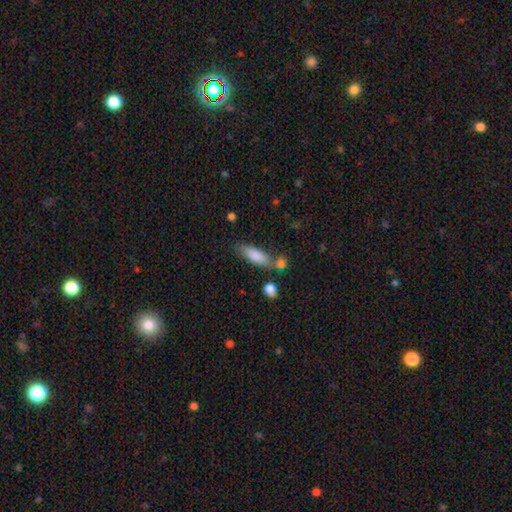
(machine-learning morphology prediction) smooth 82%, featured or disk 11%, star or artifact 7%. Down the decision tree: how rounded — in between (61%); merging — none (62%).